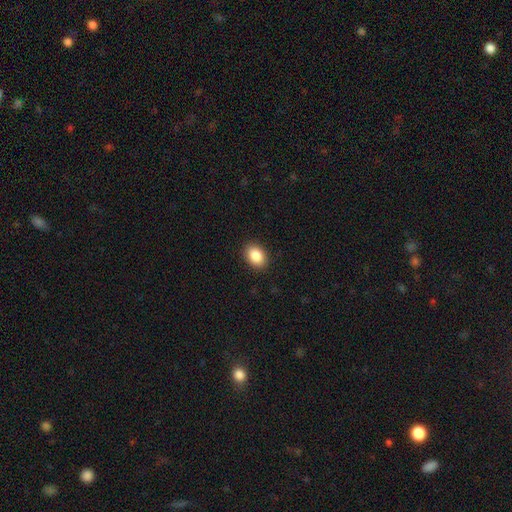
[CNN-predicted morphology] smooth 88%, star or artifact 8%, featured or disk 4%. Down the decision tree: how rounded — in between (76%); merging — none (90%).